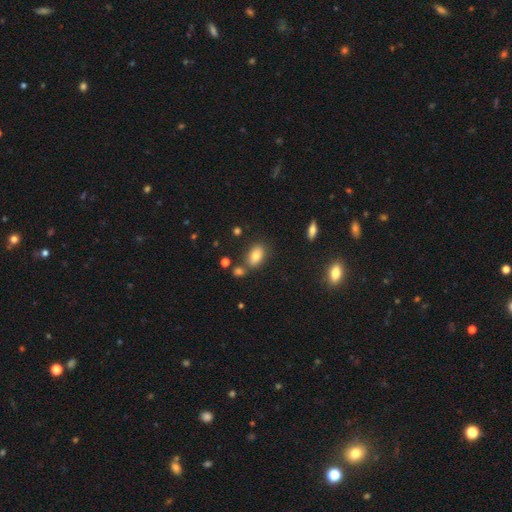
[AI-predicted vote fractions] Smooth or featured? smooth (80%)
How rounded? in between (86%)
Merging? none (70%)